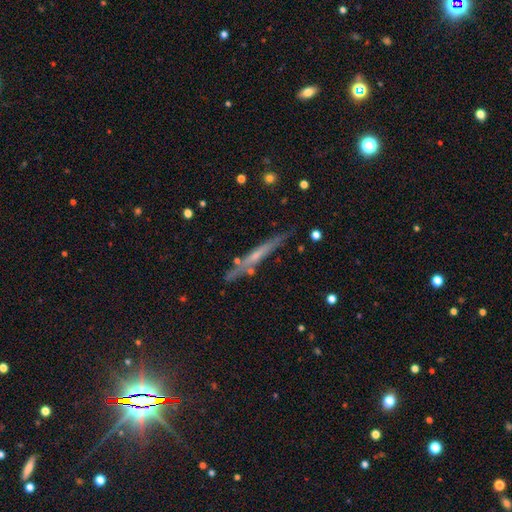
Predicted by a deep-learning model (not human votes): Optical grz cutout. It shows a featured or disk galaxy (55%) viewed edge-on (89%). Merging: none (78%).